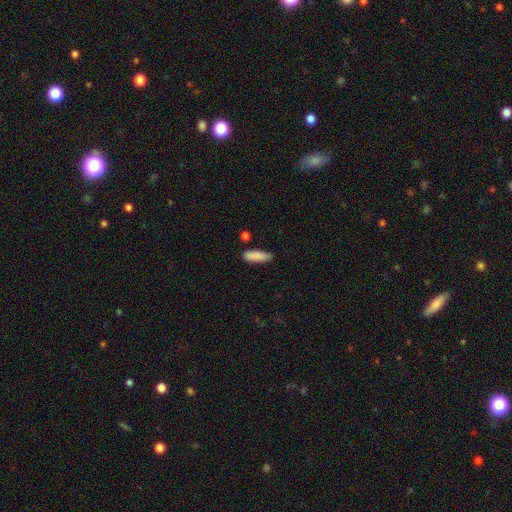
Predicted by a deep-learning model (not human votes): This appears to be a smooth galaxy with no disk features (87%) that is in between round and cigar-shaped (51%). Merging: none (71%).